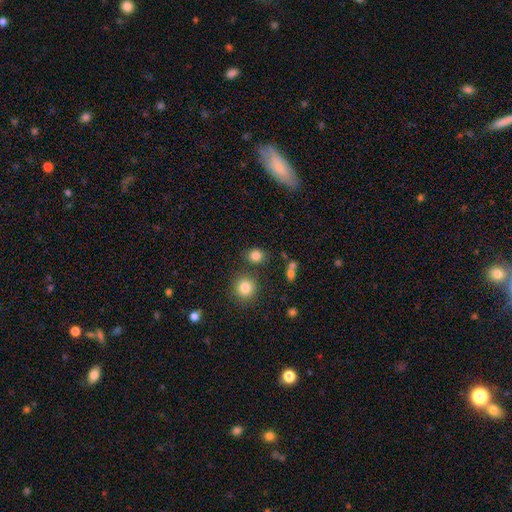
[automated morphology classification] Smooth or featured: smooth — 83% (star or artifact — 12%)
How rounded: round — 77% (in between — 22%)
Merging: none — 78% (minor disturbance — 9%)